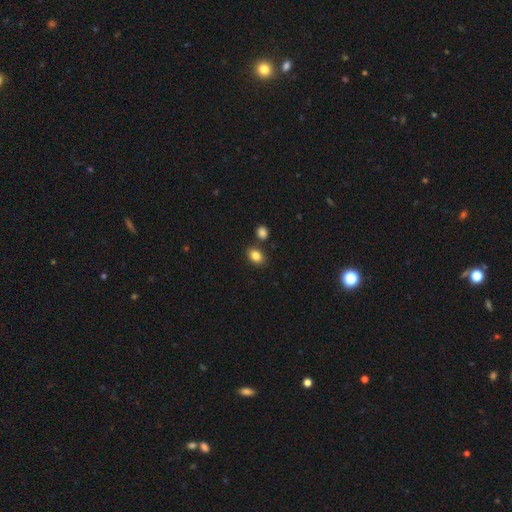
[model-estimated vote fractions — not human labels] This appears to be a smooth galaxy with no disk features (84%) that is in between round and cigar-shaped (70%). Merging: none (79%).